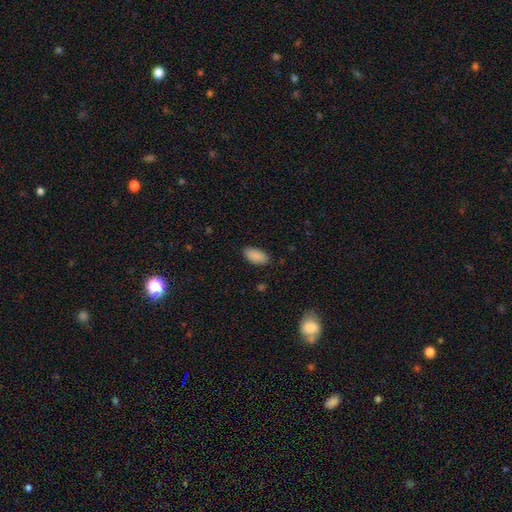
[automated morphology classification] A smooth galaxy with no disk features (89%) that is in between round and cigar-shaped (93%). Merging: none (85%).